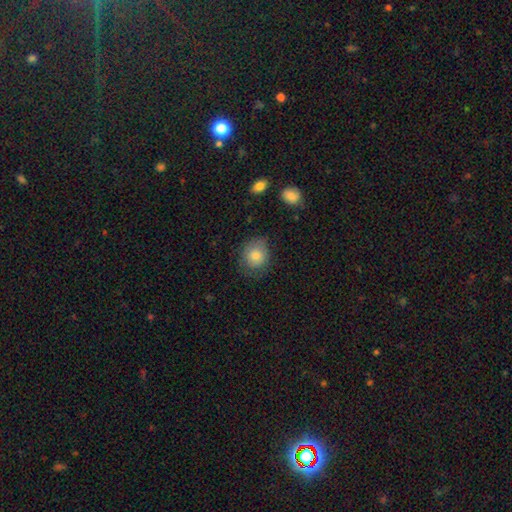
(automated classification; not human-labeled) This is likely a smooth galaxy (79%). How rounded: likely round (76%). Merging: likely none (69%).